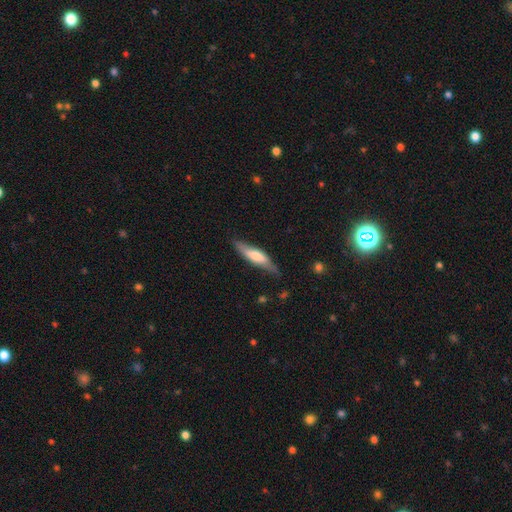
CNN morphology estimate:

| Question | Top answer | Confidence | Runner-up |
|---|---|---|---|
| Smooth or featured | smooth | 52% | featured or disk (42%) |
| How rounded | cigar-shaped | 72% | in between (26%) |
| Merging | none | 75% | minor disturbance (19%) |